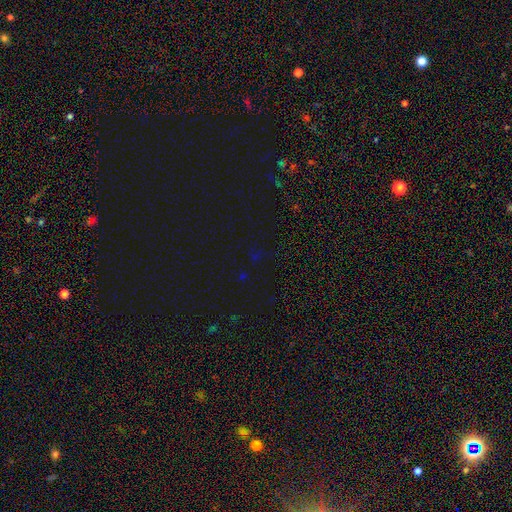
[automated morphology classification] This is likely a star or artifact rather than a galaxy (73%).